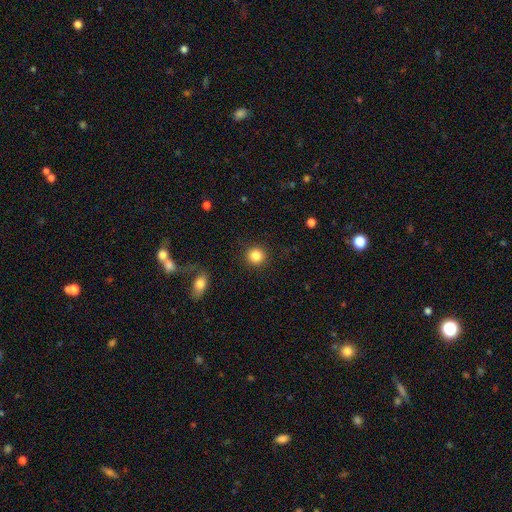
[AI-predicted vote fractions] smooth_or_featured: smooth (p=0.85) [alt: star or artifact p=0.10]
how_rounded: round (p=0.93) [alt: in between p=0.06]
merging: none (p=0.91) [alt: minor disturbance p=0.05]